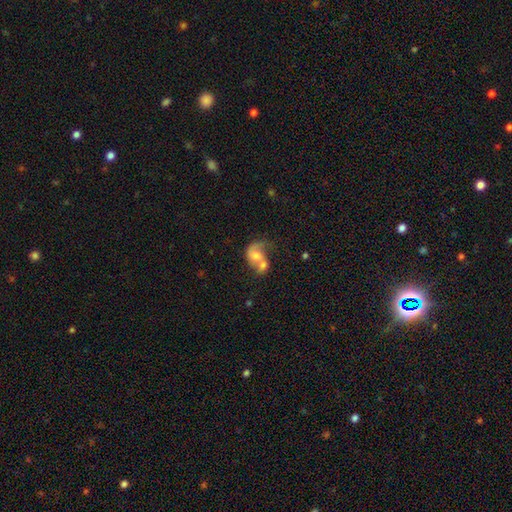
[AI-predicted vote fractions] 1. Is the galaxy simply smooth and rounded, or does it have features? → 46% smooth, 45% featured or disk, 9% star or artifact.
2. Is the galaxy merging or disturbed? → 67% merger, 13% none, 12% major disturbance, 8% minor disturbance.